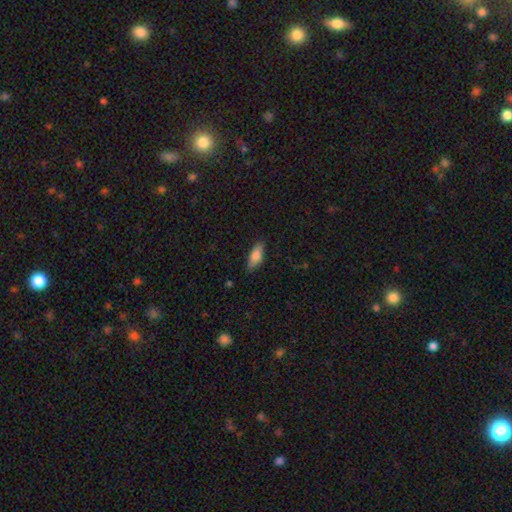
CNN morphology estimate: smooth-or-featured: smooth: 78% | featured or disk: 15% | star or artifact: 7%
  how-rounded: in between: 71% | cigar-shaped: 27% | round: 2%
  merging: none: 84% | minor disturbance: 12% | major disturbance: 2% | merger: 1%